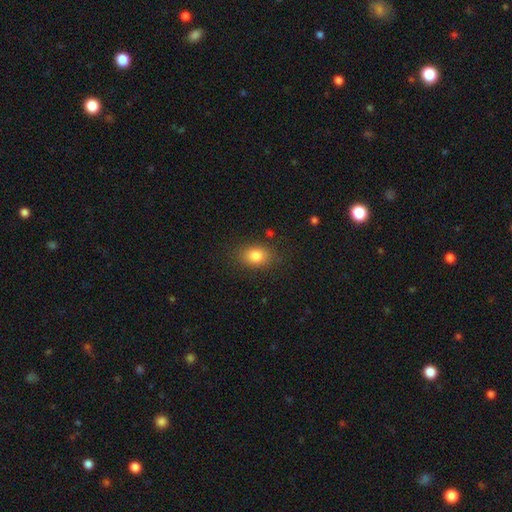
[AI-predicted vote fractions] Morphology: type=smooth (83%); roundness=in between (70%); merging=none (82%).